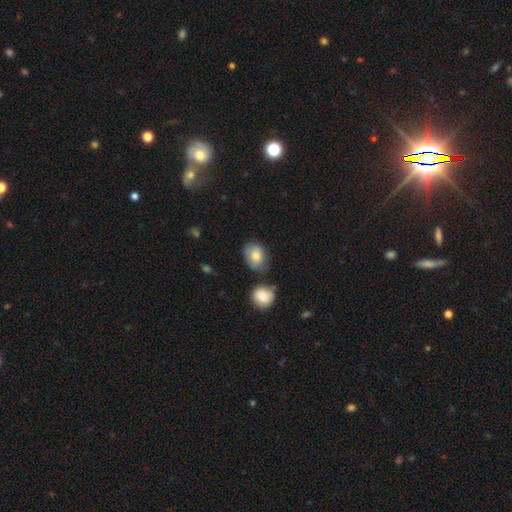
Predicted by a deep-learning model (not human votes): A smooth galaxy with no disk features (77%) that is in between round and cigar-shaped (65%).

Vote fractions:
- Smooth or featured? smooth: 77% / featured or disk: 15% / star or artifact: 8%
- How rounded? in between: 65% / round: 33% / cigar-shaped: 1%
- Merging? none: 61% / minor disturbance: 24% / merger: 9% / major disturbance: 6%